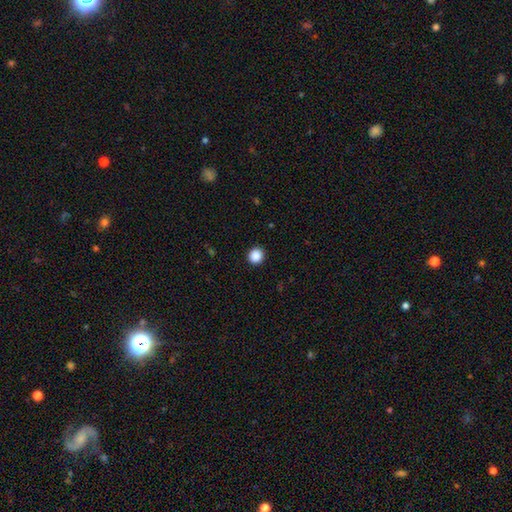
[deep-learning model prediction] A smooth galaxy with no disk features (88%) that is round (91%). Merging: none (92%).